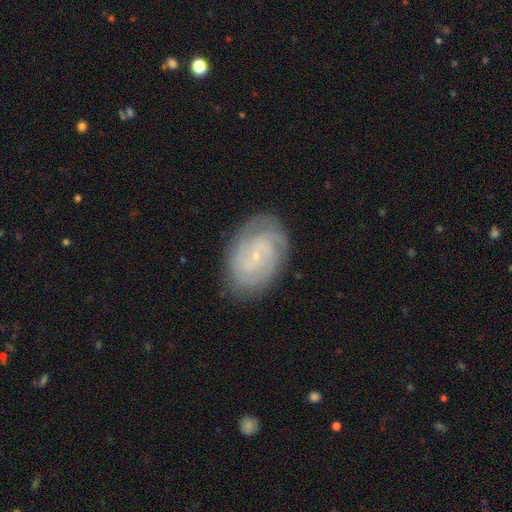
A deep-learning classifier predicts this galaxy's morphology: A featured or disk galaxy (76%) with no bar (69%), tight (68%) spiral arms (93%) and a small central bulge (85%). Merging: none (81%).